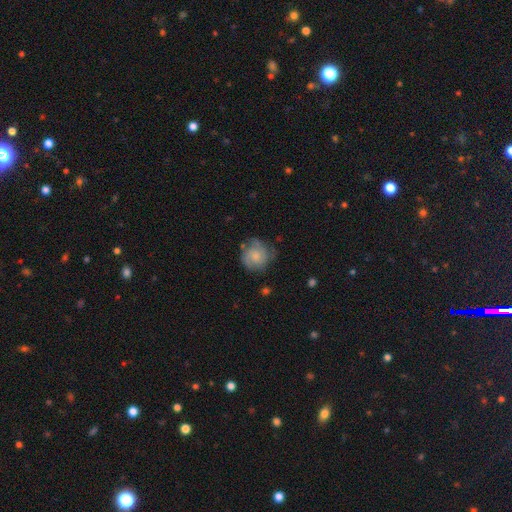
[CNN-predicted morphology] Q: Smooth or featured?
A: featured or disk (47%); runner-up: smooth (46%)
Q: Merging?
A: none (63%); runner-up: minor disturbance (25%)